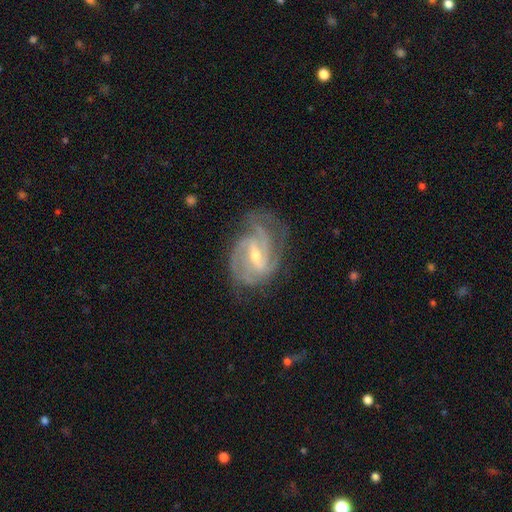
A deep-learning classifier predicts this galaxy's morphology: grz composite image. It shows a featured or disk galaxy (91%) with a weak bar (48%), 3 (39%) tight (49%) spiral arms (98%) and a small central bulge (49%). Merging: none (68%).